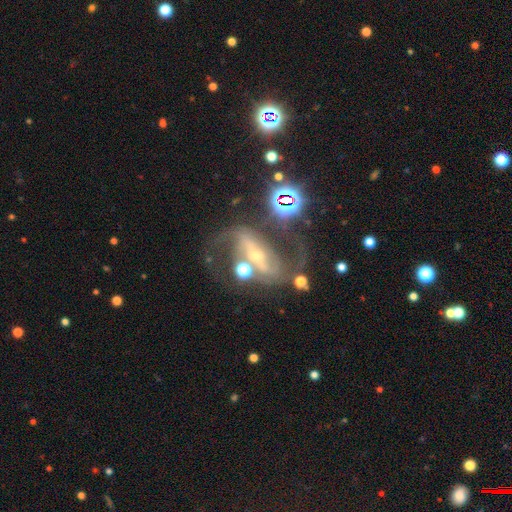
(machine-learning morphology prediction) Smooth or featured?
  - featured or disk: 83% *
  - star or artifact: 11%
  - smooth: 6%
Edge-on disk?
  - no: 95% *
  - yes: 5%
Bar?
  - strong: 59% *
  - weak: 24%
  - no: 17%
Spiral arms?
  - yes: 93% *
  - no: 7%
Spiral winding?
  - medium: 46% *
  - loose: 39%
  - tight: 14%
Spiral arm count?
  - 2: 90% *
  - can't tell: 4%
  - 1: 2%
  - 3: 2%
  - 4: 1%
  - more than 4: 1%
Bulge size?
  - small: 62% *
  - moderate: 32%
  - large: 3%
  - none: 2%
  - dominant: 1%
Merging?
  - none: 56% *
  - major disturbance: 17%
  - minor disturbance: 16%
  - merger: 11%